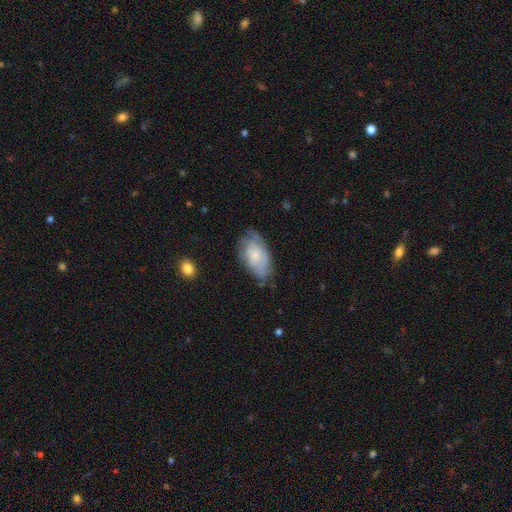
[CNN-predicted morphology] Smooth or featured? smooth (52%)
How rounded? in between (93%)
Merging? none (58%)